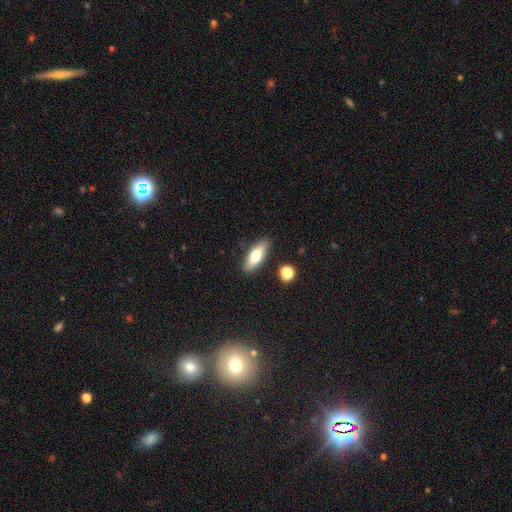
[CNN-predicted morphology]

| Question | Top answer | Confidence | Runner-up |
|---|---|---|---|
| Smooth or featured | smooth | 70% | featured or disk (23%) |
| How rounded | in between | 61% | cigar-shaped (37%) |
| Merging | none | 86% | minor disturbance (9%) |